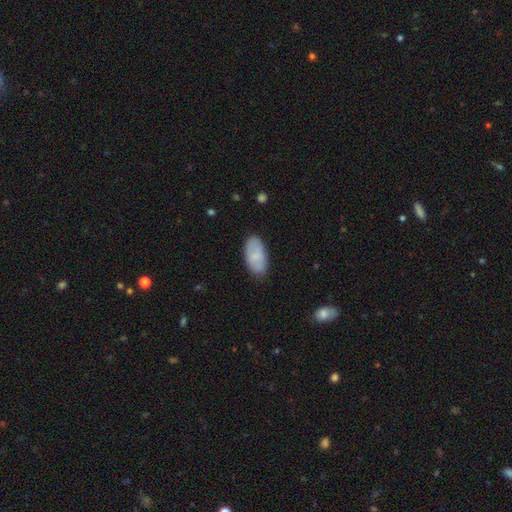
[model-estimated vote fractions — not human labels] This appears to be a smooth galaxy with no disk features (76%) that is in between round and cigar-shaped (94%). Merging: none (81%).